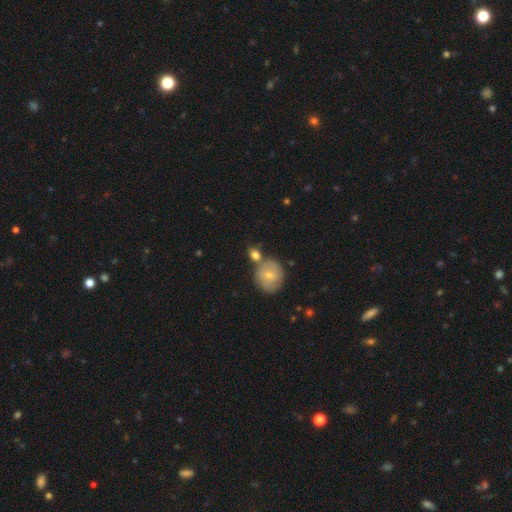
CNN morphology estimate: Smooth or featured: smooth — 65% (featured or disk — 26%)
How rounded: round — 70% (in between — 28%)
Merging: none — 58% (merger — 24%)